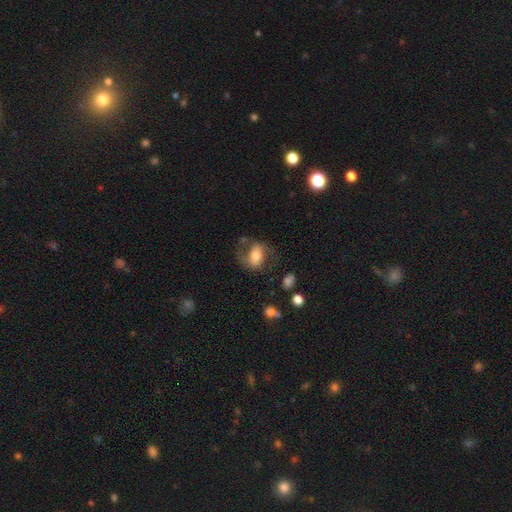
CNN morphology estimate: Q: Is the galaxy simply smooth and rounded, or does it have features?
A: featured or disk — 47%.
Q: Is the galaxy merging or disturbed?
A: none — 58%.